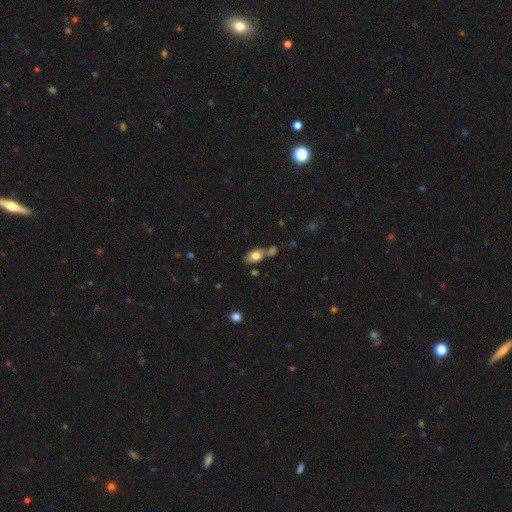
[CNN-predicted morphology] A smooth galaxy with no disk features (73%) that is in between round and cigar-shaped (85%). Merging: none (50%).